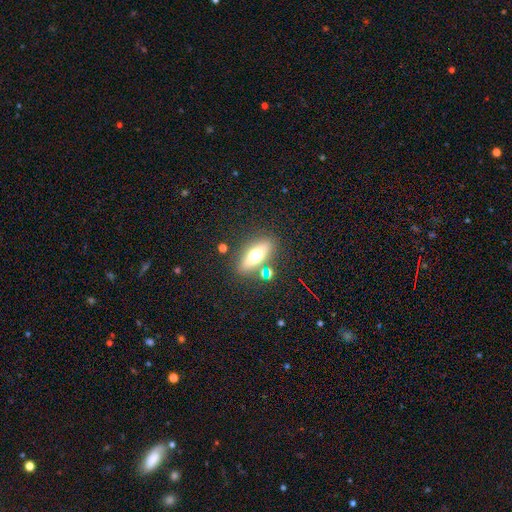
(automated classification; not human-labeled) Overall: smooth (50%; featured or disk 41%). How rounded: in between (59%; cigar-shaped 36%). Merging: none (79%).